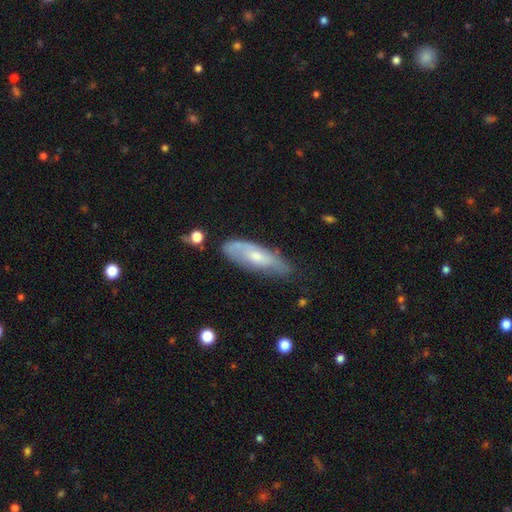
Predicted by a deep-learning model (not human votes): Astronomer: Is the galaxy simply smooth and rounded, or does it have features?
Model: featured or disk — 51% (runner-up: smooth, 42%).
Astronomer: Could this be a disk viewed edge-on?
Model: no — 70%.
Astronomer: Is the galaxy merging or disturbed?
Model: none — 64%.